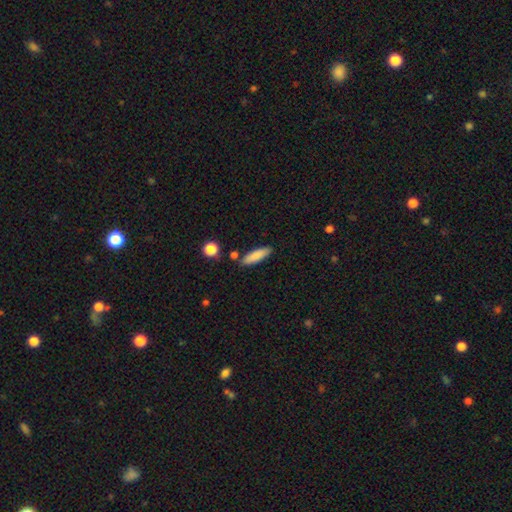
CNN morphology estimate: The model was most divided on "how rounded": cigar-shaped: 57%, in between: 41%, round: 2%. More confident: smooth or featured — smooth (85%); merging — none (82%).